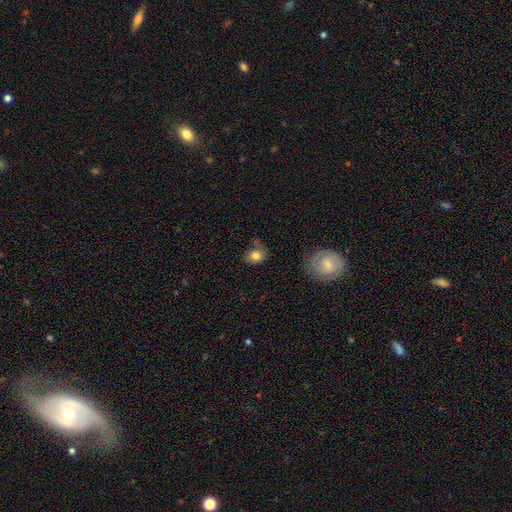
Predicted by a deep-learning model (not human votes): A smooth galaxy with no disk features (78%) that is round (52%). Merging: none (53%).